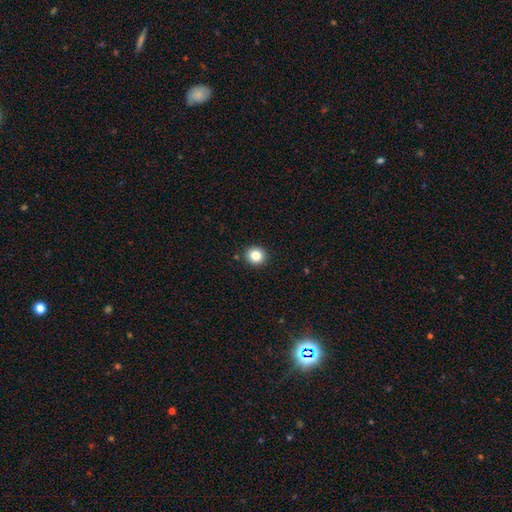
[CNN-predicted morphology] Smooth or featured? smooth (83%)
How rounded? round (93%)
Merging? none (92%)